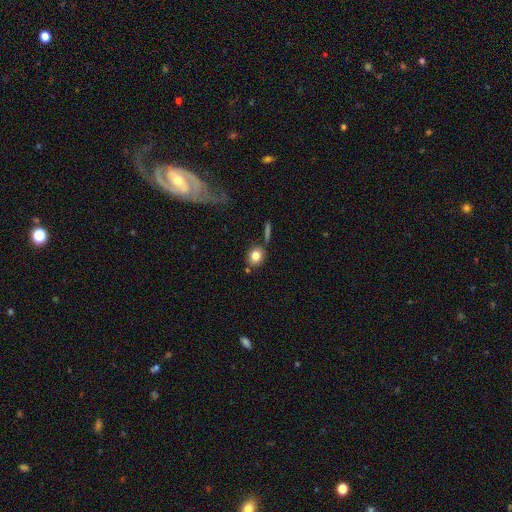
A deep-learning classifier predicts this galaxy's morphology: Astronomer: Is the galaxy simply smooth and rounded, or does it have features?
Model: smooth — 81%.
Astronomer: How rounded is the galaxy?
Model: round — 65%.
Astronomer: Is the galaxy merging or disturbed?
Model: none — 72%.